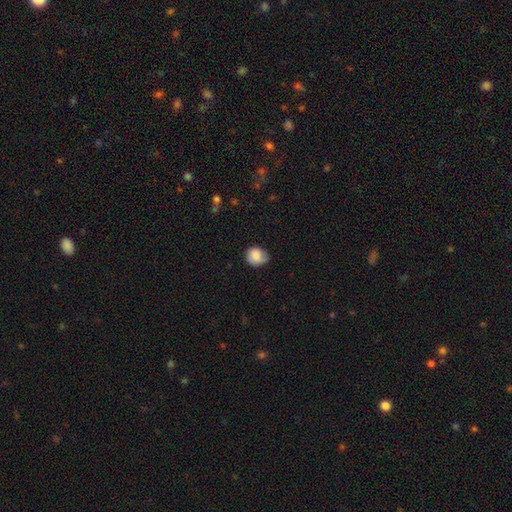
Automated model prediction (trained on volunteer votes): This appears to be a smooth galaxy with no disk features (78%) that is round (66%). Merging: none (63%).